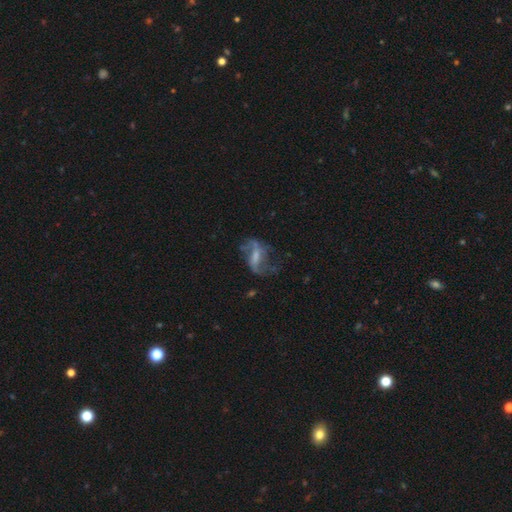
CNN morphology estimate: Smooth or featured? featured or disk (68%)
Edge-on disk? no (95%)
Bar? weak (43%)
Spiral arms? yes (65%)
Bulge size? small (34%)
Merging? none (41%)